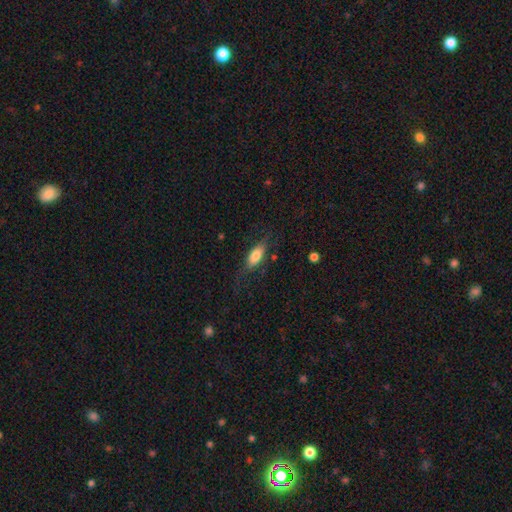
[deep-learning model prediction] Morphology: type=smooth (73%); roundness=in between (78%); merging=none (68%).